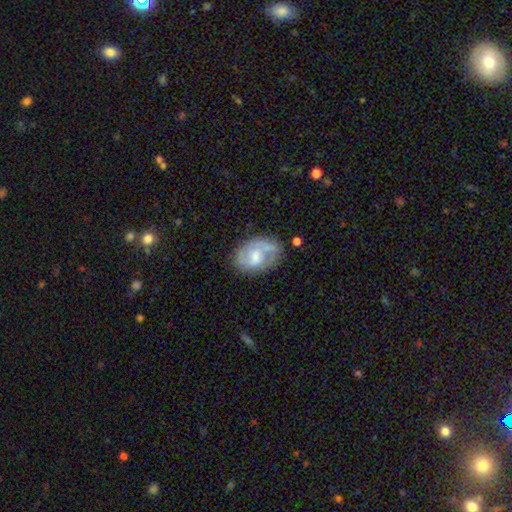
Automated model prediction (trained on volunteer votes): Smooth or featured? featured or disk (59%)
Edge-on disk? no (97%)
Bar? weak (47%)
Spiral arms? yes (77%)
Bulge size? moderate (49%)
Merging? none (61%)